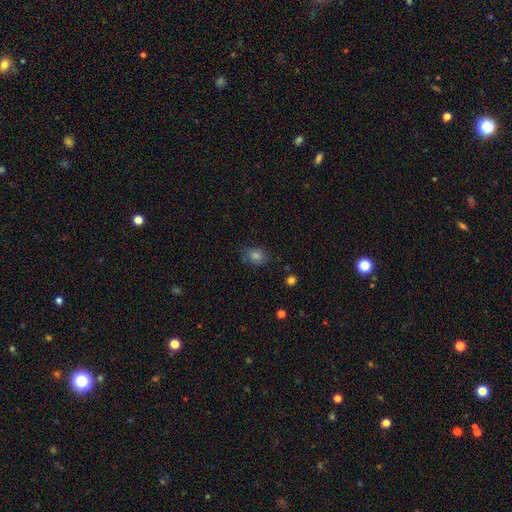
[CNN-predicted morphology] A smooth galaxy with no disk features (67%) that is round (59%).

Vote fractions:
- Smooth or featured? smooth: 67% / star or artifact: 18% / featured or disk: 15%
- How rounded? round: 59% / in between: 40% / cigar-shaped: 1%
- Merging? none: 74% / minor disturbance: 18% / major disturbance: 5% / merger: 2%